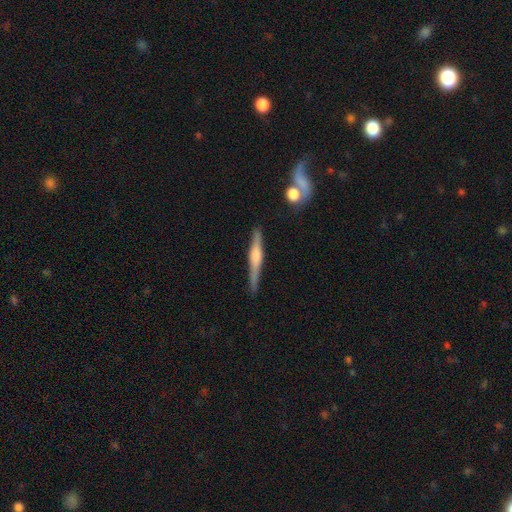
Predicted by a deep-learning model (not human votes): This is likely a featured or disk galaxy (68%). It is clearly viewed edge-on (97%). Edge-on bulge: likely rounded (67%). Merging: clearly none (84%).